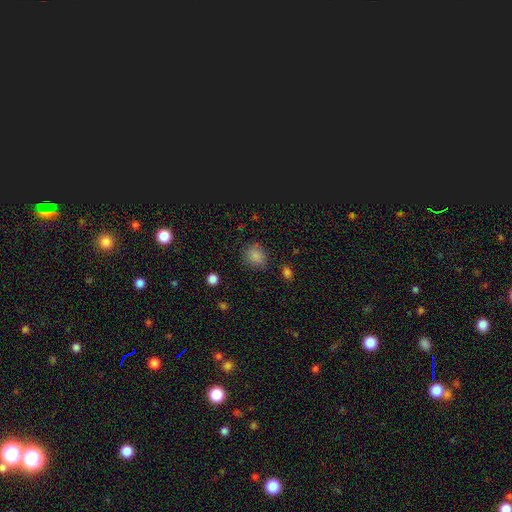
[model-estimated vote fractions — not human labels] A smooth galaxy with no disk features (82%) that is round (69%).

Vote fractions:
- Smooth or featured? smooth: 82% / star or artifact: 13% / featured or disk: 5%
- How rounded? round: 69% / in between: 29% / cigar-shaped: 1%
- Merging? none: 79% / minor disturbance: 15% / major disturbance: 4% / merger: 2%